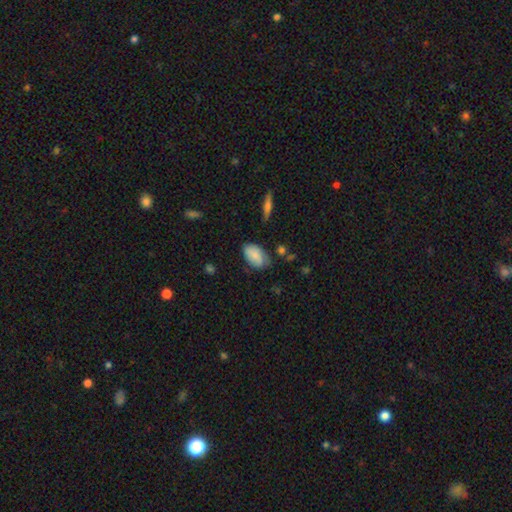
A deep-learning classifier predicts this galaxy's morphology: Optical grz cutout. It shows a smooth galaxy with no disk features (77%) that is in between round and cigar-shaped (93%). Merging: none (63%).